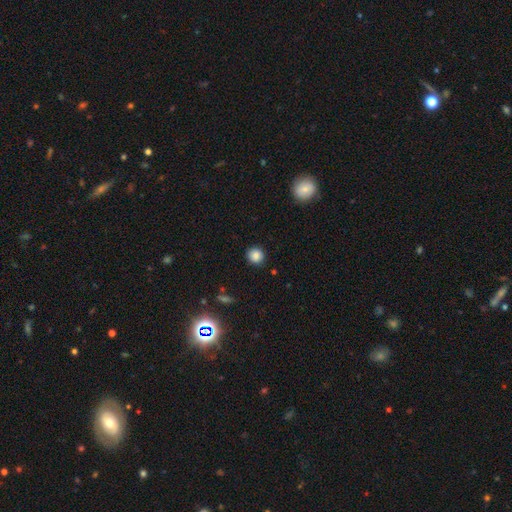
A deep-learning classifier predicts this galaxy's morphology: Q: Smooth or featured?
A: smooth (85%); runner-up: star or artifact (11%)
Q: How rounded?
A: round (89%); runner-up: in between (10%)
Q: Merging?
A: none (89%); runner-up: minor disturbance (7%)